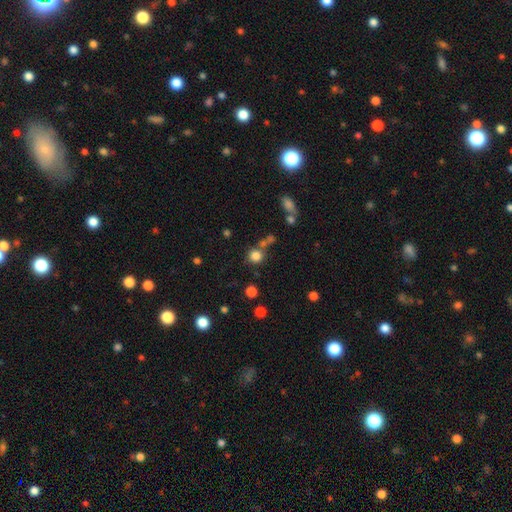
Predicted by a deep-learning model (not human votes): A smooth galaxy with no disk features (80%) that is round (91%). Merging: none (70%).